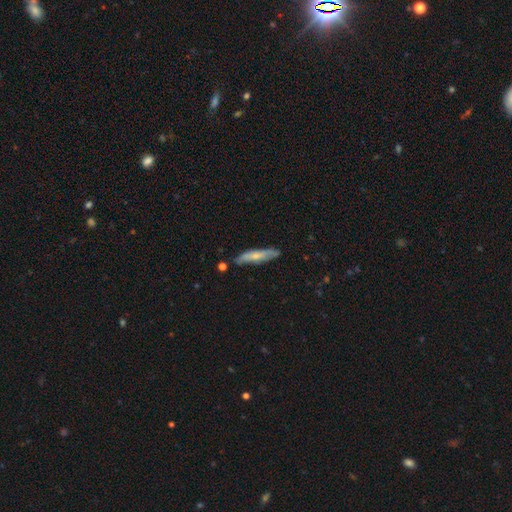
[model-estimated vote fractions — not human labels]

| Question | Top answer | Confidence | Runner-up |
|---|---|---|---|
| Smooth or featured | smooth | 57% | featured or disk (37%) |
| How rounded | cigar-shaped | 84% | in between (14%) |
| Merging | none | 79% | minor disturbance (16%) |